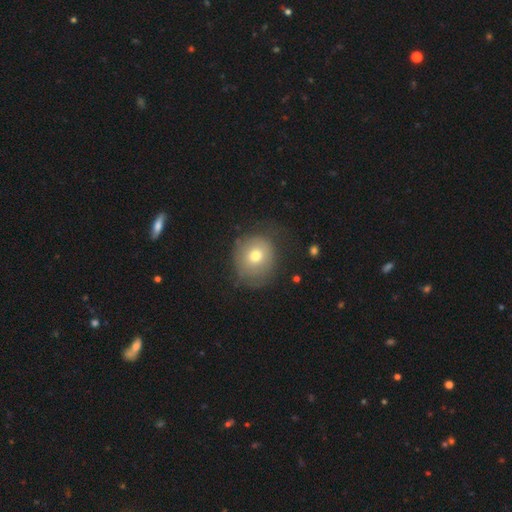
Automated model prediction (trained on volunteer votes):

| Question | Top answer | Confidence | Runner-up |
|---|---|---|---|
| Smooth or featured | smooth | 70% | featured or disk (19%) |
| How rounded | round | 79% | in between (20%) |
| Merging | none | 61% | minor disturbance (25%) |